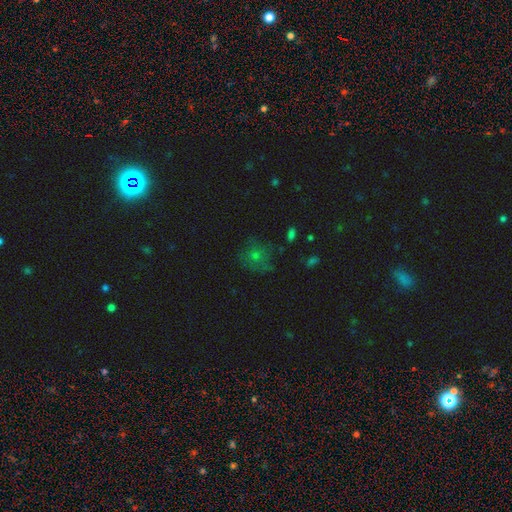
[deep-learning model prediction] Smooth or featured: smooth — 50% (star or artifact — 28%)
How rounded: round — 81% (in between — 18%)
Merging: none — 65% (minor disturbance — 20%)